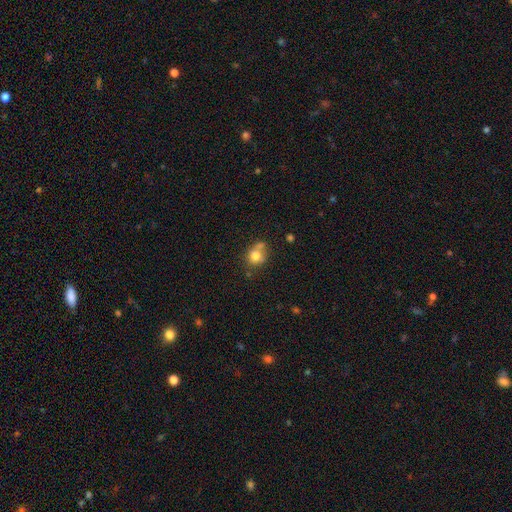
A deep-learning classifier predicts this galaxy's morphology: Smooth or featured?
  - smooth: 77% *
  - featured or disk: 12%
  - star or artifact: 11%
How rounded?
  - round: 76% *
  - in between: 24%
  - cigar-shaped: 1%
Merging?
  - none: 47% *
  - merger: 30%
  - minor disturbance: 16%
  - major disturbance: 7%